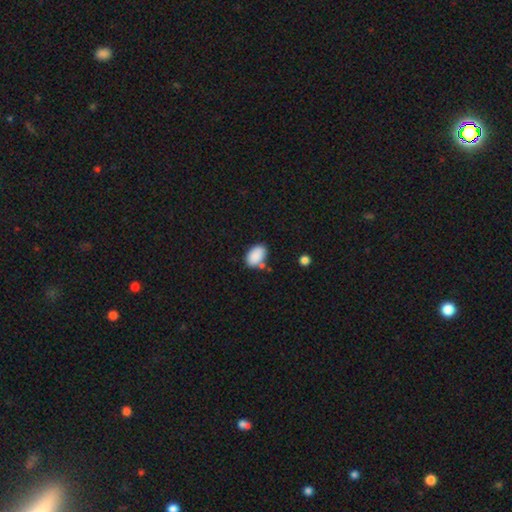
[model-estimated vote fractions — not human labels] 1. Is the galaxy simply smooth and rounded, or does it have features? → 89% smooth, 7% star or artifact, 4% featured or disk.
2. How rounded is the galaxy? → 90% in between, 9% round, 1% cigar-shaped.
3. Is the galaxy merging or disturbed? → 73% none, 16% minor disturbance, 7% merger, 4% major disturbance.